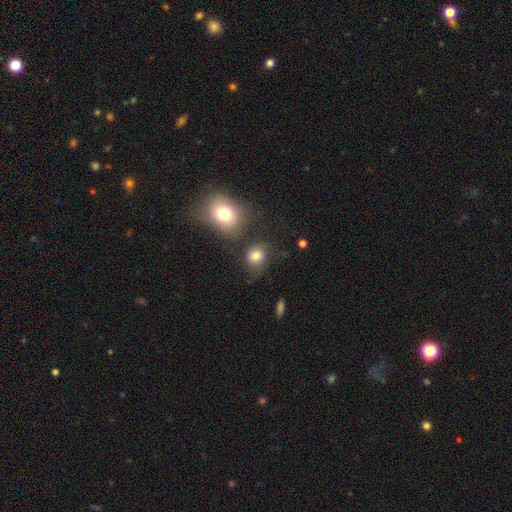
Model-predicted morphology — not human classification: Q: Smooth or featured?
A: smooth (80%); runner-up: star or artifact (12%)
Q: How rounded?
A: round (63%); runner-up: in between (36%)
Q: Merging?
A: none (65%); runner-up: minor disturbance (17%)